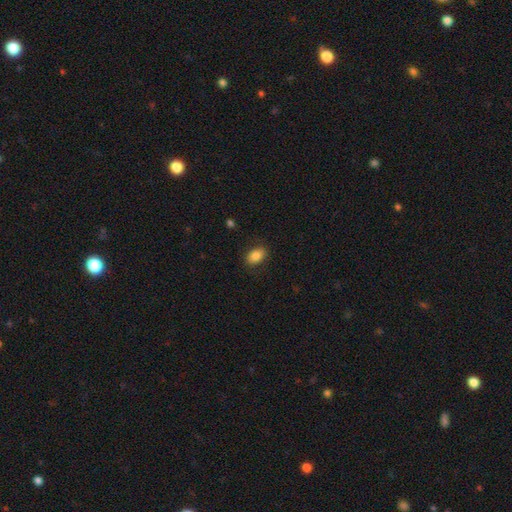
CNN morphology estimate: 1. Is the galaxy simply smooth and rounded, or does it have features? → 84% smooth, 9% star or artifact, 7% featured or disk.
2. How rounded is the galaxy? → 85% in between, 14% round, 2% cigar-shaped.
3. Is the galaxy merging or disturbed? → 82% none, 14% minor disturbance, 4% major disturbance, 1% merger.